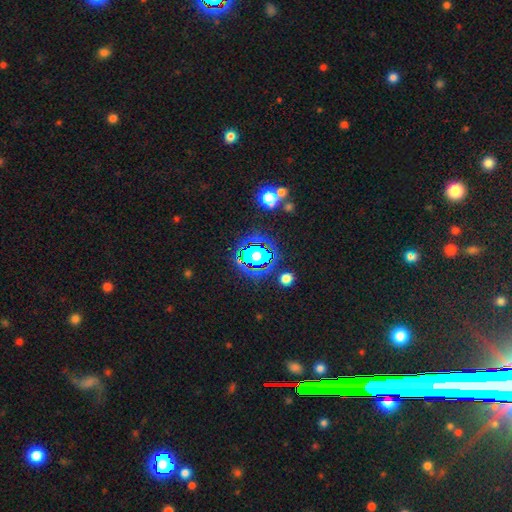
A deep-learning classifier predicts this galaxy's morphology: Smooth or featured?
  - star or artifact: 59% *
  - smooth: 27%
  - featured or disk: 14%